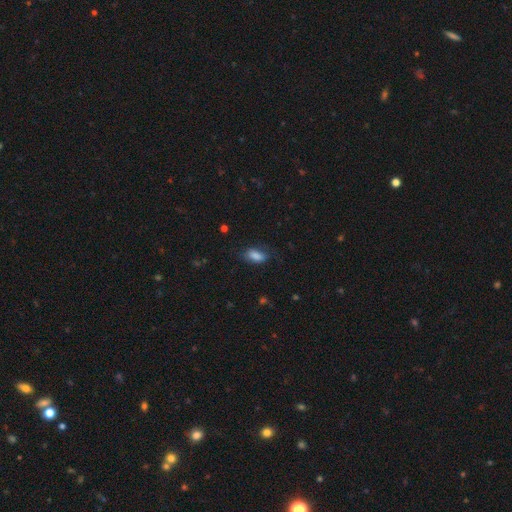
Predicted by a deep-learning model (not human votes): Smooth or featured? Predicted: smooth (p=0.84). How rounded? Predicted: in between (p=0.88). Merging? Predicted: none (p=0.69).